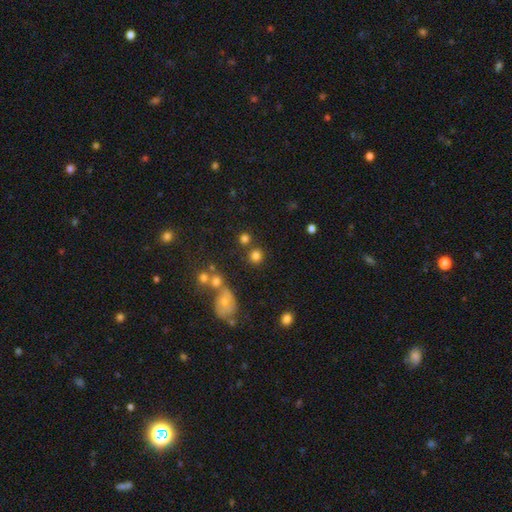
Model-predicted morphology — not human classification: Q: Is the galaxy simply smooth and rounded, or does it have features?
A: smooth — 78%.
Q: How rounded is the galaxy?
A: round — 90%.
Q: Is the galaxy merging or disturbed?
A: none — 77%.